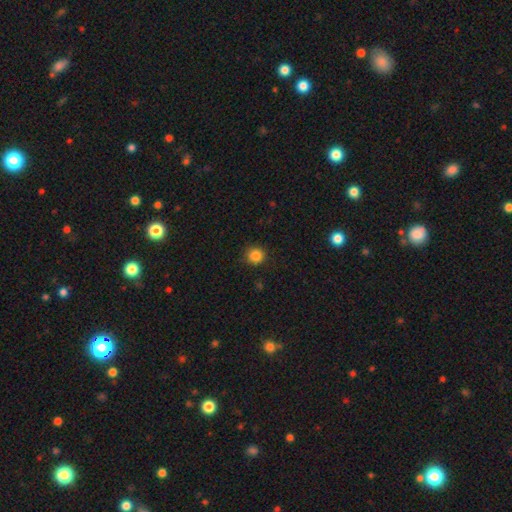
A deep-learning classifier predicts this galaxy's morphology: type=smooth (84%); roundness=round (93%); merging=none (90%).